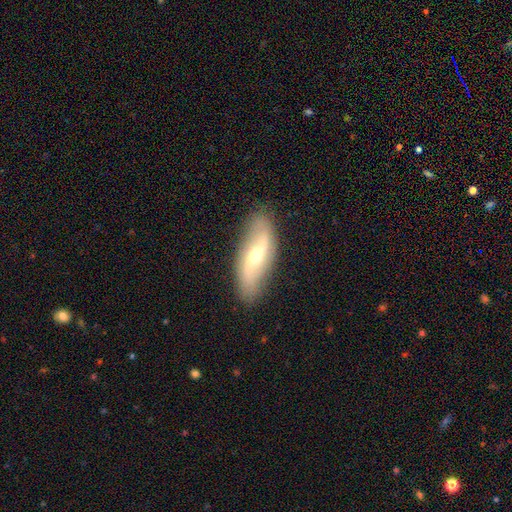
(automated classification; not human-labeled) smooth-or-featured: featured or disk: 71% | smooth: 23% | star or artifact: 6%
  disk-edge-on: no: 82% | yes: 18%
    bar: weak: 38% | strong: 32% | no: 30%
    has-spiral-arms: yes: 81% | no: 19%
    bulge-size: small: 50% | moderate: 46% | large: 2% | none: 1% | dominant: 1%
  merging: none: 85% | minor disturbance: 11% | major disturbance: 3% | merger: 1%